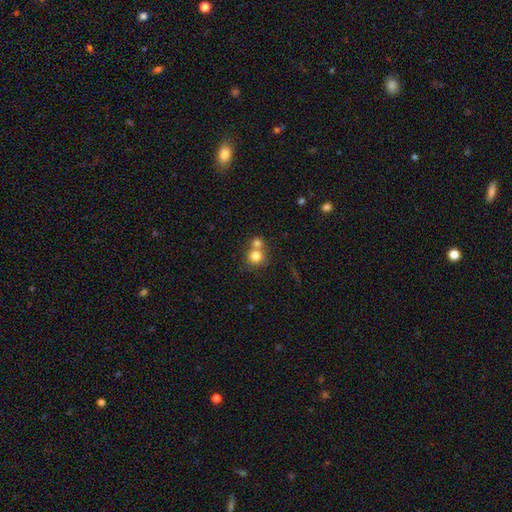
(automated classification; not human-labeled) smooth_or_featured: smooth (p=0.78) [alt: featured or disk p=0.12]
how_rounded: round (p=0.87) [alt: in between p=0.12]
merging: merger (p=0.50) [alt: none p=0.41]